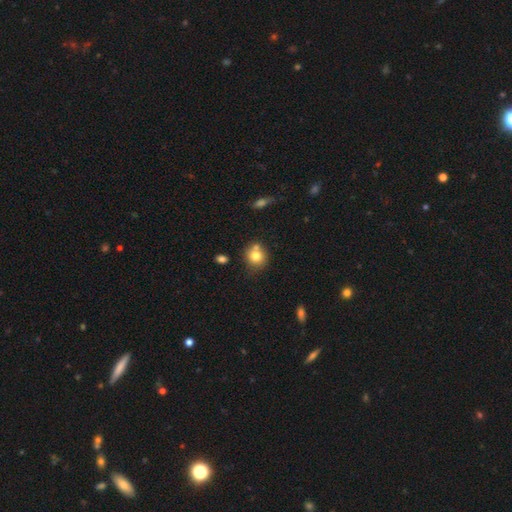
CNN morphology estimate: Smooth or featured? smooth (77%)
How rounded? round (82%)
Merging? none (60%)